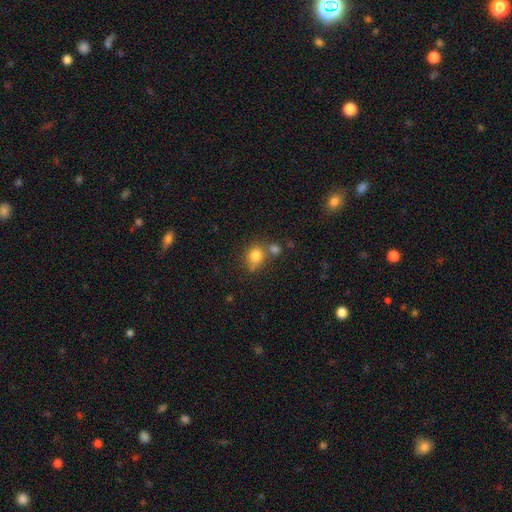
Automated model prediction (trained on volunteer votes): Smooth or featured? Predicted: smooth (p=0.80). How rounded? Predicted: round (p=0.69). Merging? Predicted: none (p=0.52).